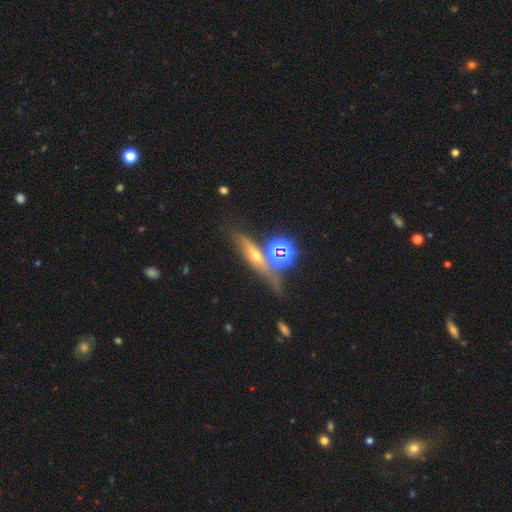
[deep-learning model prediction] The model was most divided on "smooth or featured": featured or disk: 45%, smooth: 28%, star or artifact: 27%. More confident: merging — none (66%).